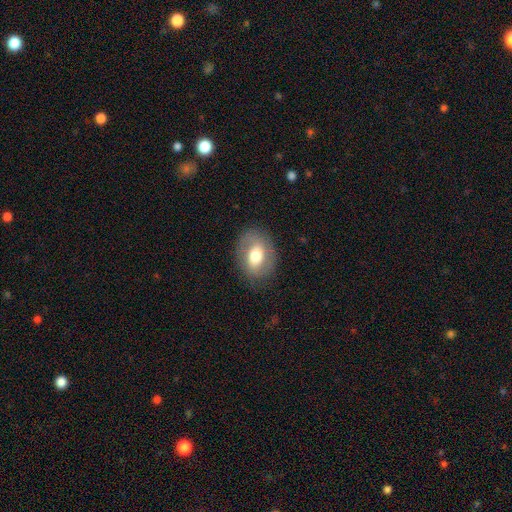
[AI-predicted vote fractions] A smooth galaxy with no disk features (55%) that is in between round and cigar-shaped (73%). Merging: none (80%).